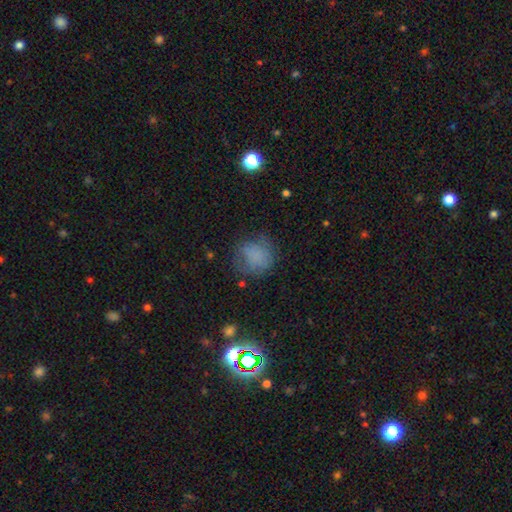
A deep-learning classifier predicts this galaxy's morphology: Smooth or featured?
  - smooth: 72% *
  - featured or disk: 15%
  - star or artifact: 13%
How rounded?
  - round: 74% *
  - in between: 25%
  - cigar-shaped: 1%
Merging?
  - none: 57% *
  - minor disturbance: 25%
  - major disturbance: 15%
  - merger: 2%